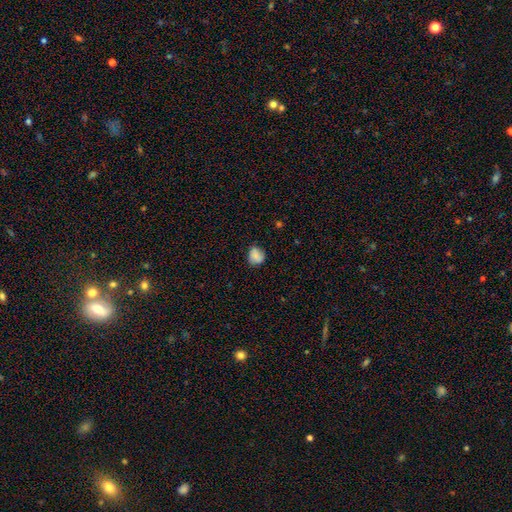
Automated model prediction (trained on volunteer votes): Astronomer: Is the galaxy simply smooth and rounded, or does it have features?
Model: smooth — 77%.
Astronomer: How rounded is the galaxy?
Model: round — 64%.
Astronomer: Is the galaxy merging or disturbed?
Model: none — 63%.